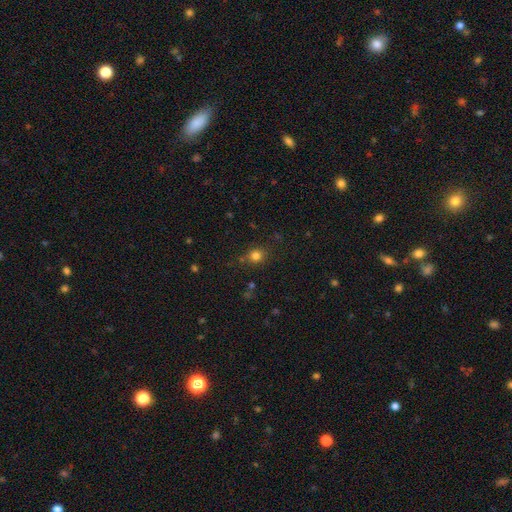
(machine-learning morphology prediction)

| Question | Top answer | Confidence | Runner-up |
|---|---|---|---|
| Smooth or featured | smooth | 78% | star or artifact (16%) |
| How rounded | round | 82% | in between (17%) |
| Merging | none | 82% | minor disturbance (11%) |